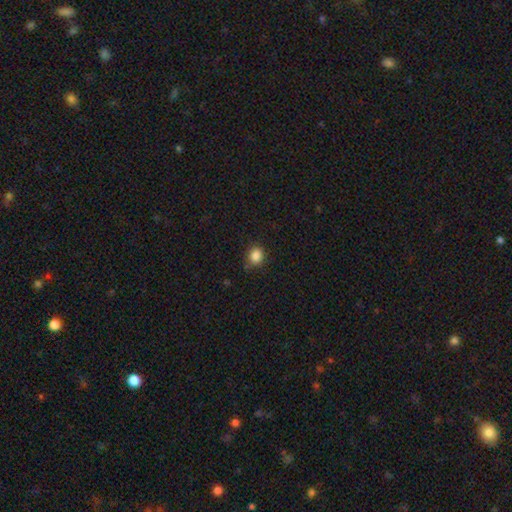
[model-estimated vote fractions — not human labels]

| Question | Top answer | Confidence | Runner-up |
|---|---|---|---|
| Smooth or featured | smooth | 85% | star or artifact (11%) |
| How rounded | round | 73% | in between (26%) |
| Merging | none | 83% | minor disturbance (12%) |